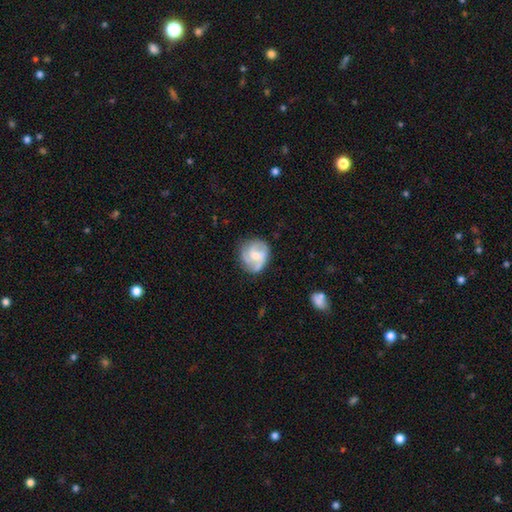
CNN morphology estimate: smooth-or-featured: featured or disk: 70% | smooth: 24% | star or artifact: 6%
  disk-edge-on: no: 98% | yes: 2%
    bar: no: 51% | weak: 41% | strong: 8%
    has-spiral-arms: yes: 90% | no: 10%
      spiral-winding: medium: 46% | tight: 34% | loose: 20%
      spiral-arm-count: 3: 45% | 2: 25% | can't tell: 16% | 4: 7% | 1: 4% | more than 4: 3%
    bulge-size: moderate: 51% | small: 38% | none: 5% | large: 4% | dominant: 1%
  merging: none: 70% | minor disturbance: 20% | major disturbance: 8% | merger: 2%